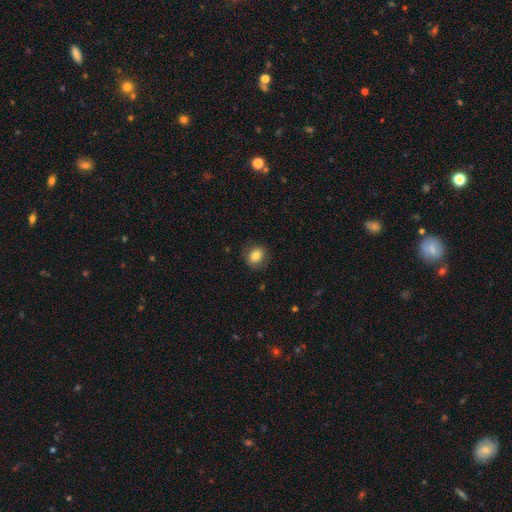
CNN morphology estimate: The model was most divided on "how rounded": round: 61%, in between: 38%, cigar-shaped: 1%. More confident: merging — none (83%); smooth or featured — smooth (81%).